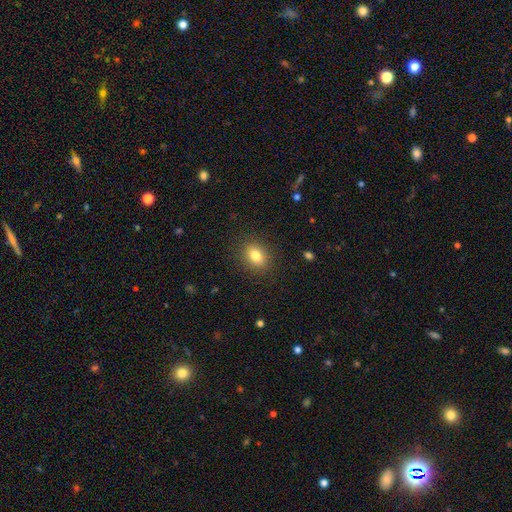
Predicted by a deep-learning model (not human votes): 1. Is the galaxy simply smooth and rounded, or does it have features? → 82% smooth, 10% star or artifact, 8% featured or disk.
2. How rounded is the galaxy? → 66% in between, 33% round, 1% cigar-shaped.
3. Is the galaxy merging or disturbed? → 87% none, 9% minor disturbance, 3% major disturbance, 1% merger.